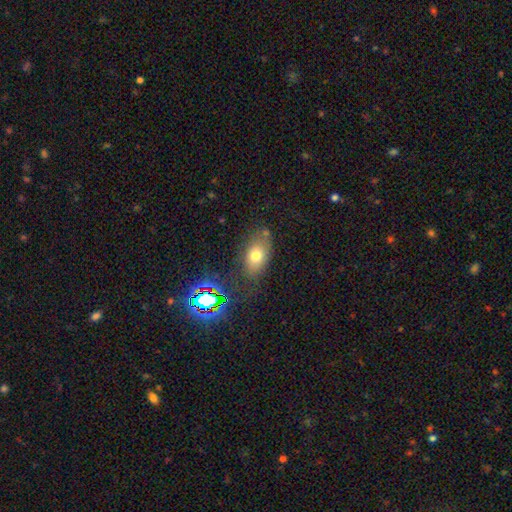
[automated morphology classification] The model was most divided on "merging": none: 71%, minor disturbance: 18%, major disturbance: 7%, merger: 5%. More confident: how rounded — in between (84%); smooth or featured — smooth (69%).